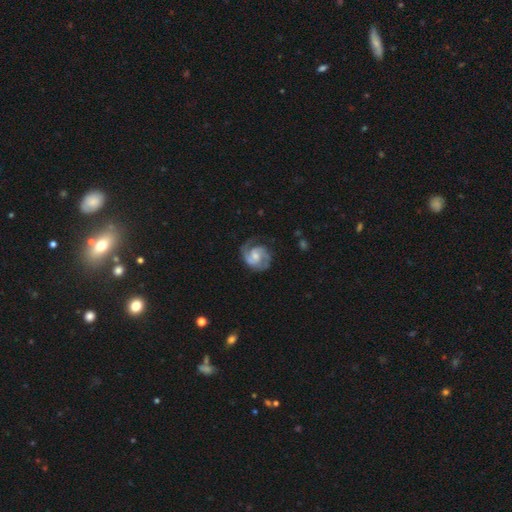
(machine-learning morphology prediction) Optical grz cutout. It shows a featured or disk galaxy (86%) with no bar (49%), 2 (82%) medium (49%) spiral arms (97%) and a moderate central bulge (49%). Merging: none (73%).